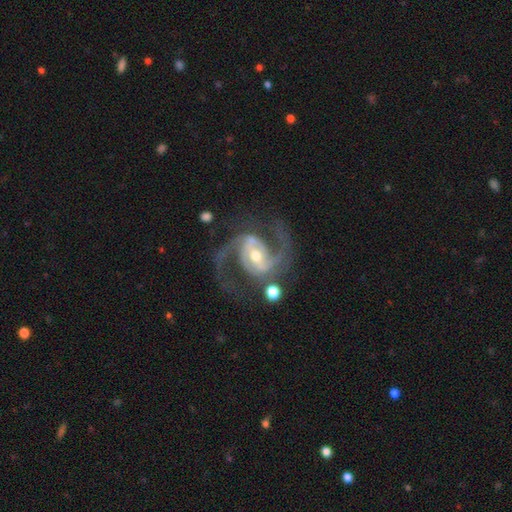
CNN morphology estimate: Smooth or featured? featured or disk (93%)
Edge-on disk? no (98%)
Bar? weak (43%)
Spiral arms? yes (98%)
Spiral winding? medium (64%)
Spiral arm count? 2 (86%)
Bulge size? moderate (59%)
Merging? none (72%)